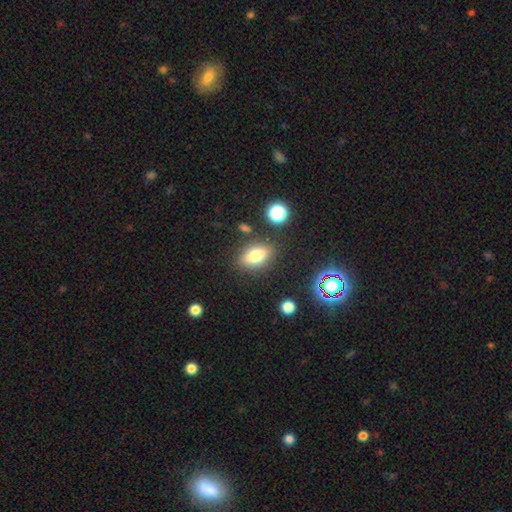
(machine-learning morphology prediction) type=smooth (72%); roundness=in between (79%); merging=none (81%).